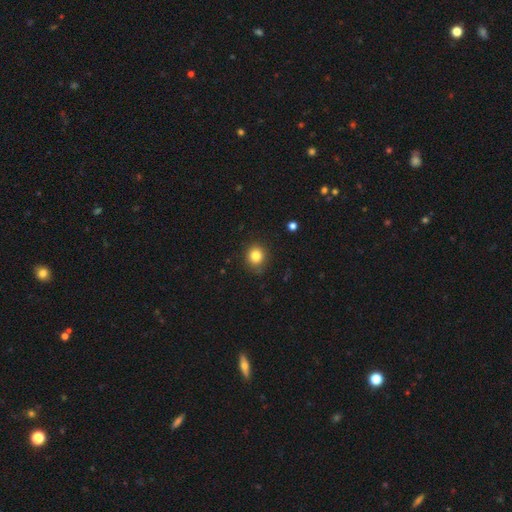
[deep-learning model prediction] Smooth or featured?
  - smooth: 83% *
  - star or artifact: 11%
  - featured or disk: 6%
How rounded?
  - round: 83% *
  - in between: 16%
  - cigar-shaped: 1%
Merging?
  - none: 85% *
  - minor disturbance: 11%
  - major disturbance: 3%
  - merger: 1%